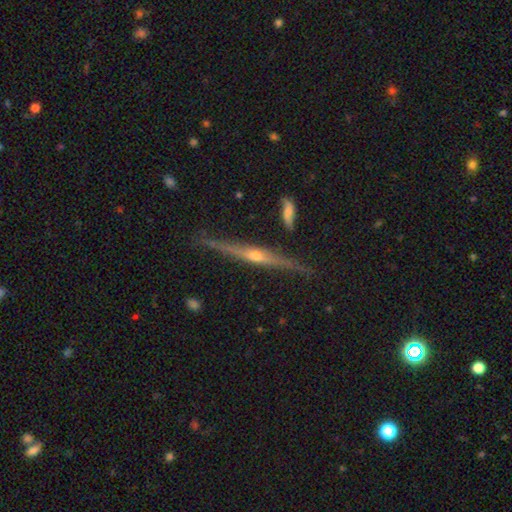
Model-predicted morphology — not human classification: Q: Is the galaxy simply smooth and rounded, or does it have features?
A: featured or disk — 81%.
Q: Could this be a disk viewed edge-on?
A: yes — 97%.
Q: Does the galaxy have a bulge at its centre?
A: rounded — 83%.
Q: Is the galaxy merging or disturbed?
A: none — 82%.